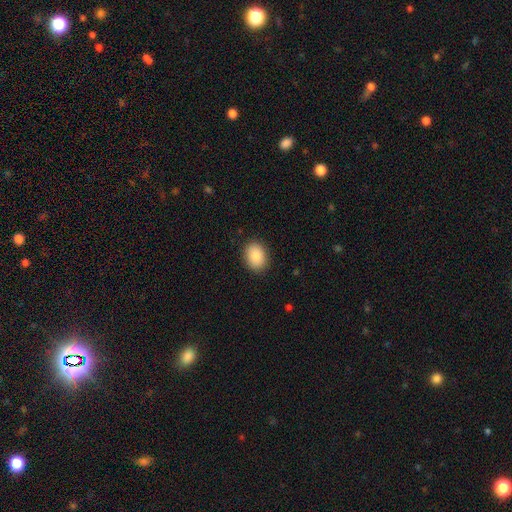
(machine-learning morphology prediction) Smooth or featured? smooth (88%)
How rounded? in between (64%)
Merging? none (88%)